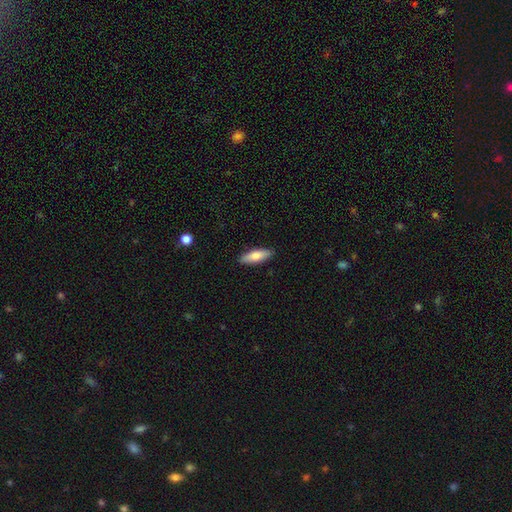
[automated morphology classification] smooth_or_featured: smooth (p=0.77) [alt: featured or disk p=0.17]
how_rounded: in between (p=0.55) [alt: cigar-shaped p=0.43]
merging: none (p=0.89) [alt: minor disturbance p=0.09]